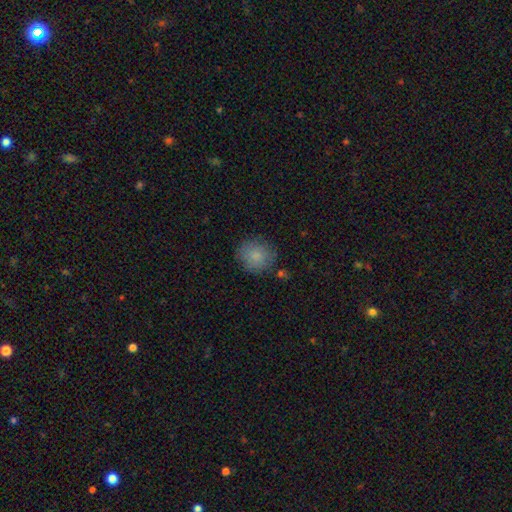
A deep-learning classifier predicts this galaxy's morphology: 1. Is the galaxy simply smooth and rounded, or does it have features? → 85% smooth, 8% star or artifact, 7% featured or disk.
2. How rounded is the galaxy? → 87% round, 12% in between, 1% cigar-shaped.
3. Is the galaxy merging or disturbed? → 82% none, 12% minor disturbance, 3% major disturbance, 3% merger.